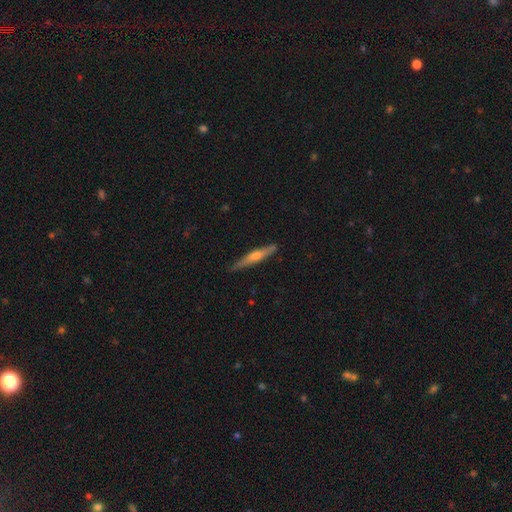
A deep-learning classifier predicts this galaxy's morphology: A featured or disk galaxy (56%) viewed edge-on (96%) with a rounded central bulge (81%).

Vote fractions:
- Smooth or featured? featured or disk: 56% / smooth: 39% / star or artifact: 6%
- Edge-on disk? yes: 96% / no: 4%
- Edge-on bulge? rounded: 81% / none: 12% / boxy: 6%
- Merging? none: 86% / minor disturbance: 11% / major disturbance: 2% / merger: 1%